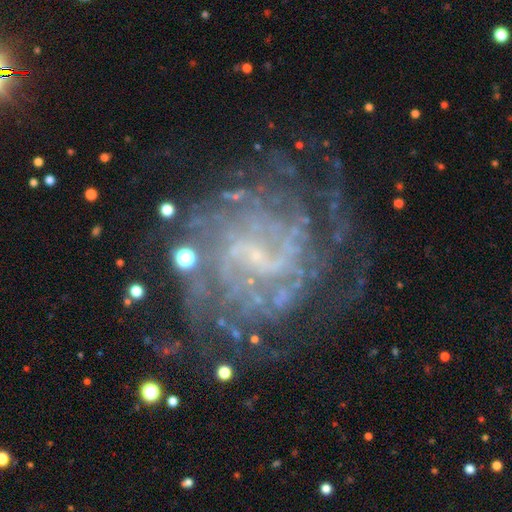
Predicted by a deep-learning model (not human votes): This appears to be a featured or disk galaxy (84%) with a weak bar (50%), tight (60%) spiral arms (91%) and a small central bulge (64%). Merging: none (69%).